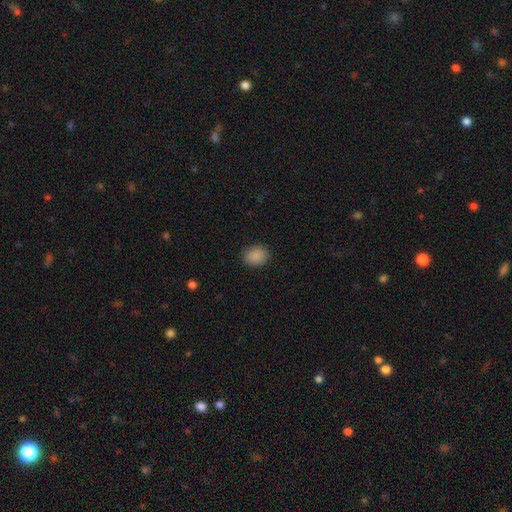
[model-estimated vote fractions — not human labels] A smooth galaxy with no disk features (88%) that is round (52%).

Vote fractions:
- Smooth or featured? smooth: 88% / star or artifact: 9% / featured or disk: 3%
- How rounded? round: 52% / in between: 47% / cigar-shaped: 1%
- Merging? none: 88% / minor disturbance: 9% / major disturbance: 2% / merger: 1%